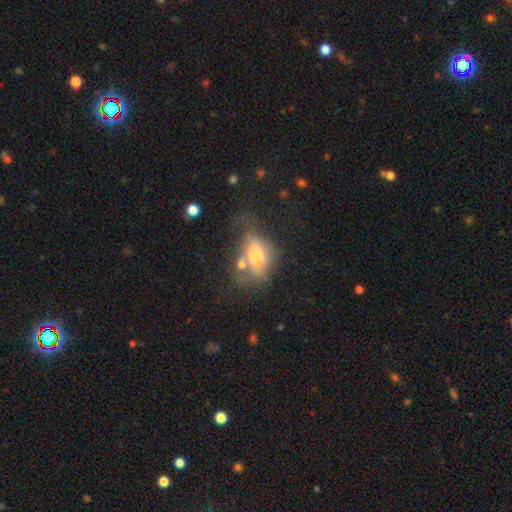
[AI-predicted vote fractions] smooth 52%, featured or disk 36%, star or artifact 12%. Down the decision tree: how rounded — in between (80%); merging — major disturbance (34%).